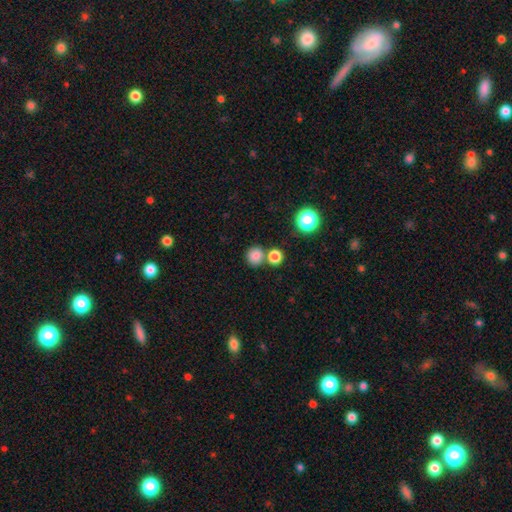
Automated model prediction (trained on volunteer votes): smooth-or-featured: smooth: 82% | star or artifact: 13% | featured or disk: 5%
  how-rounded: round: 88% | in between: 11% | cigar-shaped: 1%
  merging: none: 68% | merger: 21% | minor disturbance: 8% | major disturbance: 3%